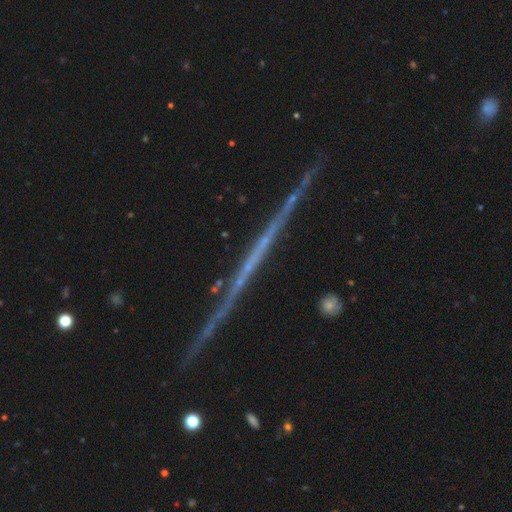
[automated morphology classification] Overall: featured or disk (64%). Edge-on disk: yes (96%). Edge-on bulge: none (89%). Merging: none (89%).